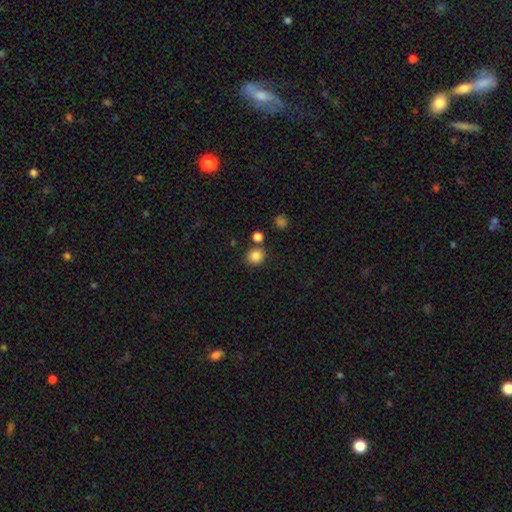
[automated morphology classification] smooth_or_featured: smooth (p=0.84) [alt: star or artifact p=0.11]
how_rounded: round (p=0.85) [alt: in between p=0.14]
merging: none (p=0.78) [alt: merger p=0.10]